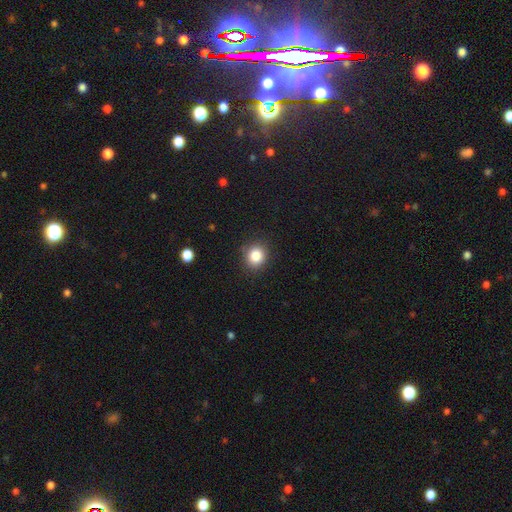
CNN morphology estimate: smooth_or_featured: smooth (p=0.85) [alt: star or artifact p=0.10]
how_rounded: round (p=0.80) [alt: in between p=0.19]
merging: none (p=0.87) [alt: minor disturbance p=0.09]